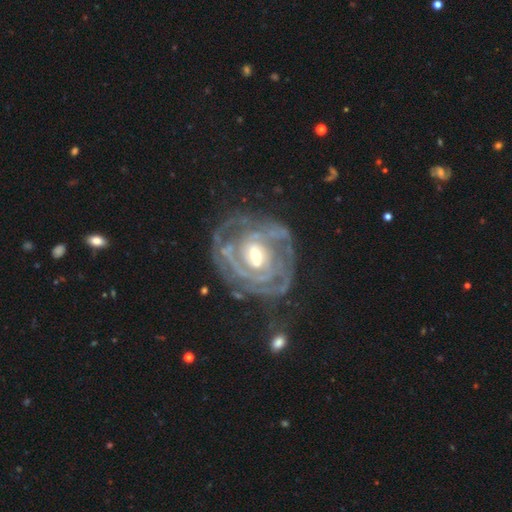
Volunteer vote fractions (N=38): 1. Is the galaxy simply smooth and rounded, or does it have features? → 84% featured or disk, 13% smooth, 3% star or artifact.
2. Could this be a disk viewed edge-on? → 100% no, 0% yes.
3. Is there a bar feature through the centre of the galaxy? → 41% strong, 38% weak, 22% no.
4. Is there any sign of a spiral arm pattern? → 75% yes, 25% no.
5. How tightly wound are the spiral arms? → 46% tight, 33% medium, 21% loose.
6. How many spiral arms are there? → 38% can't tell, 29% 2, 12% 3, 8% 4, 8% more than 4, 4% 1.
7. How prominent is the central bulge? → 53% moderate, 38% small, 9% large, 0% dominant, 0% none.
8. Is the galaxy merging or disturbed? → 57% none, 22% minor disturbance, 16% major disturbance, 5% merger.